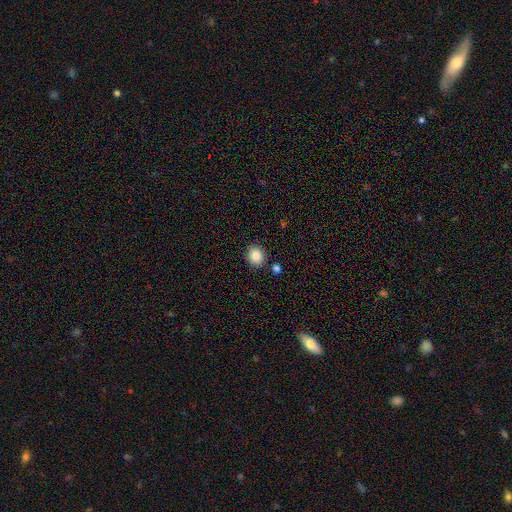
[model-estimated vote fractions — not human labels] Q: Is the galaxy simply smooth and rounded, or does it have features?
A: smooth — 86%.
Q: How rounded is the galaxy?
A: round — 67%.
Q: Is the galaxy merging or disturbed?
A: none — 86%.